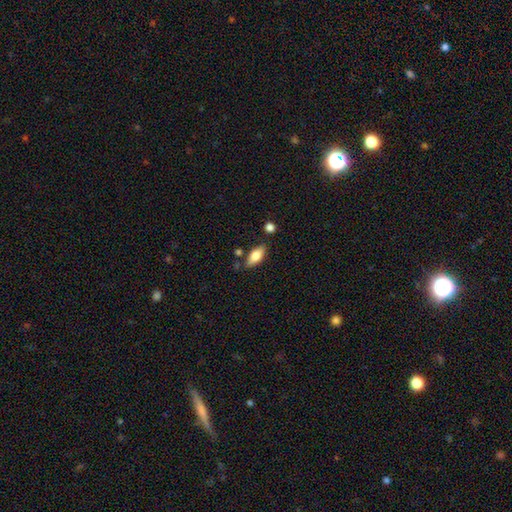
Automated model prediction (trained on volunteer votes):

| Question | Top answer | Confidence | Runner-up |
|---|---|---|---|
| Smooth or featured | smooth | 74% | featured or disk (19%) |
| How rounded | in between | 82% | cigar-shaped (15%) |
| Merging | none | 76% | minor disturbance (15%) |